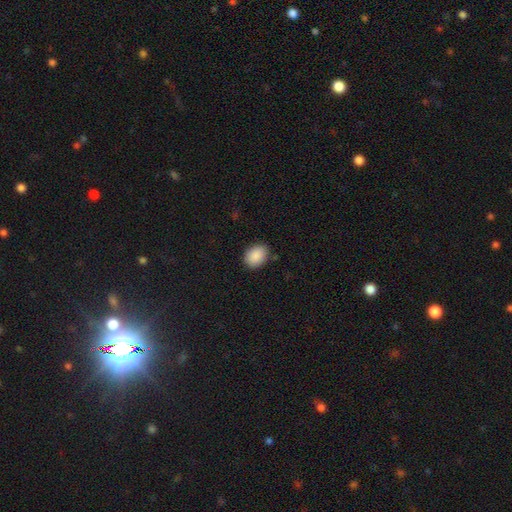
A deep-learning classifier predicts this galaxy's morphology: A smooth galaxy with no disk features (90%) that is in between round and cigar-shaped (71%). Merging: none (84%).